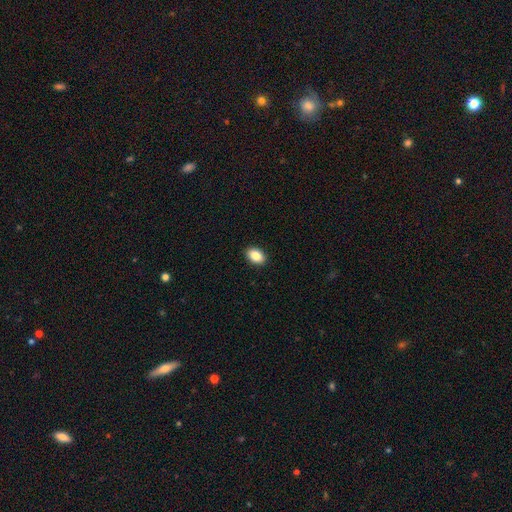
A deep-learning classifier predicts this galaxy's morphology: Q: Smooth or featured?
A: smooth (86%); runner-up: star or artifact (8%)
Q: How rounded?
A: in between (87%); runner-up: round (12%)
Q: Merging?
A: none (91%); runner-up: minor disturbance (7%)